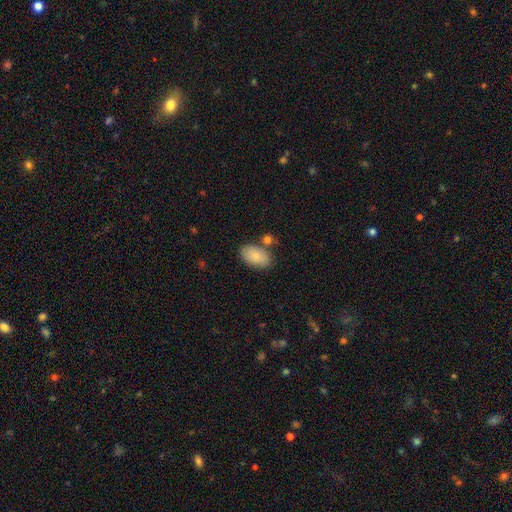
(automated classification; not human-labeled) A smooth galaxy with no disk features (83%) that is in between round and cigar-shaped (93%). Merging: none (73%).